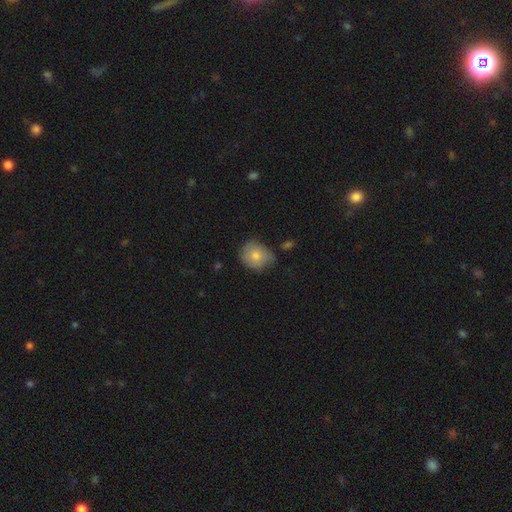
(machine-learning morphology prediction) smooth-or-featured: smooth: 78% | featured or disk: 14% | star or artifact: 8%
  how-rounded: round: 67% | in between: 32% | cigar-shaped: 1%
  merging: none: 57% | minor disturbance: 32% | major disturbance: 7% | merger: 4%